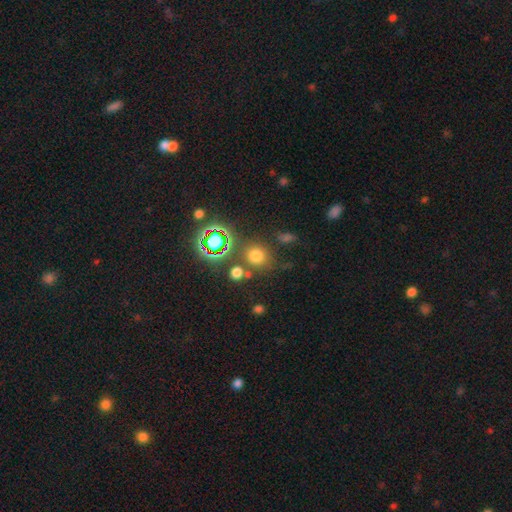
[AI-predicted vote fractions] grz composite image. It shows a smooth galaxy with no disk features (69%) that is round (84%). Merging: none (73%).